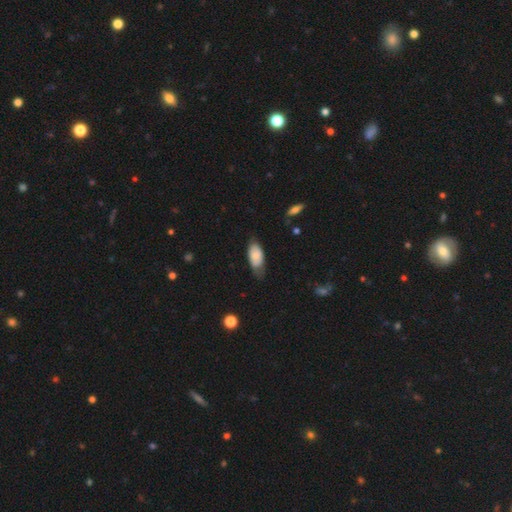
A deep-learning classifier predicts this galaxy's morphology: Smooth or featured? smooth (75%)
How rounded? in between (89%)
Merging? none (52%)